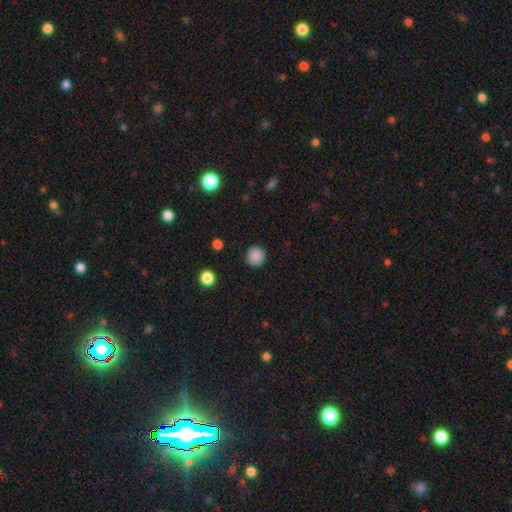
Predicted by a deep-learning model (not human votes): This is clearly a smooth galaxy (88%). How rounded: clearly round (92%). Merging: clearly none (91%).